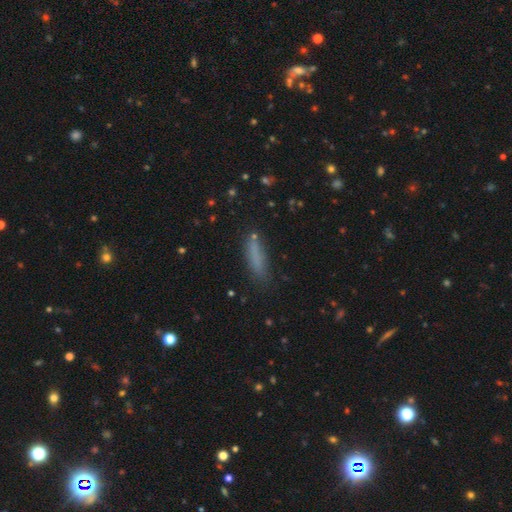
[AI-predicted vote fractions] Overall: smooth (79%). How rounded: cigar-shaped (72%). Merging: none (78%).